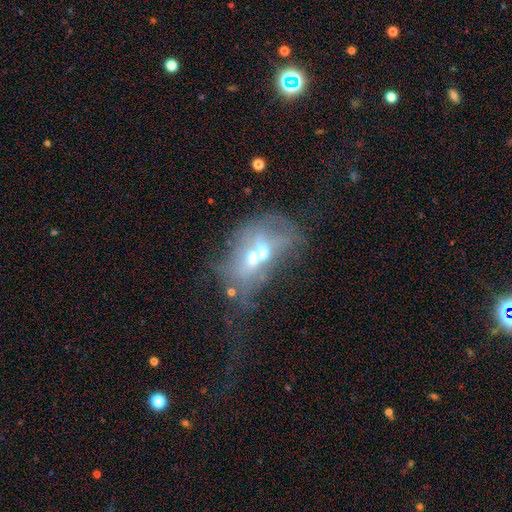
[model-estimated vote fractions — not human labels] smooth-or-featured: featured or disk: 49% | smooth: 37% | star or artifact: 14%
  merging: merger: 71% | major disturbance: 12% | none: 11% | minor disturbance: 6%